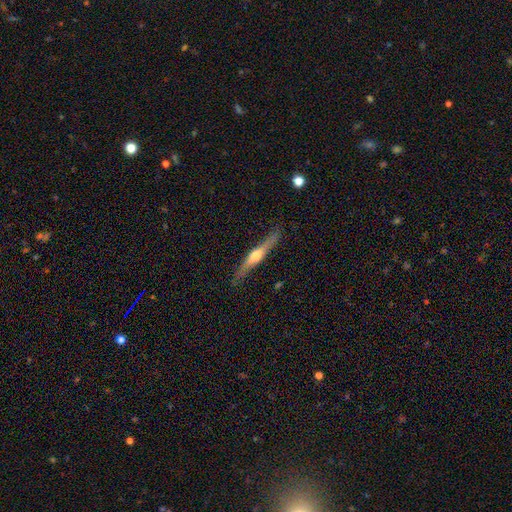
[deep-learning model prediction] This appears to be a featured or disk galaxy (68%) viewed edge-on (96%) with a rounded central bulge (89%). Merging: none (83%).